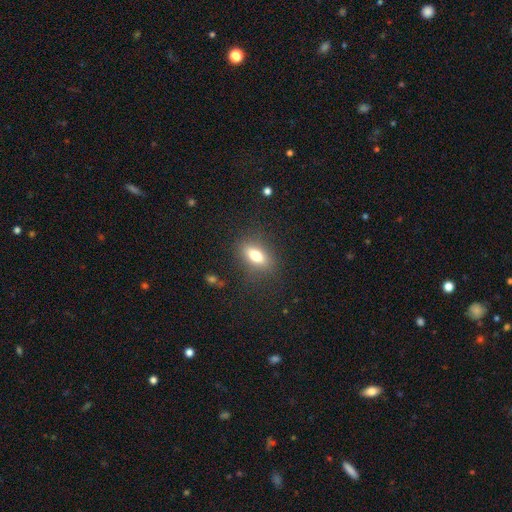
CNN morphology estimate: smooth 74%, featured or disk 16%, star or artifact 10%. Down the decision tree: how rounded — in between (78%); merging — none (84%).